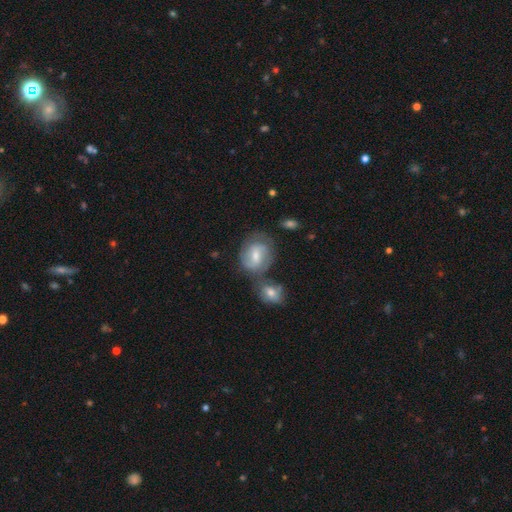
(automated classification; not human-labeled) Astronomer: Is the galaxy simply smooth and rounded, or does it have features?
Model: featured or disk — 58% (runner-up: smooth, 35%).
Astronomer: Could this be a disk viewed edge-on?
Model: no — 96%.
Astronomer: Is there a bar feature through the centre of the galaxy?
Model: weak — 56%.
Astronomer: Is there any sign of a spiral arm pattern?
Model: yes — 80%.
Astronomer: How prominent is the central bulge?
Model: moderate — 50% (runner-up: small, 42%).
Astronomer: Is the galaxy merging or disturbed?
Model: none — 46% (runner-up: merger, 31%).